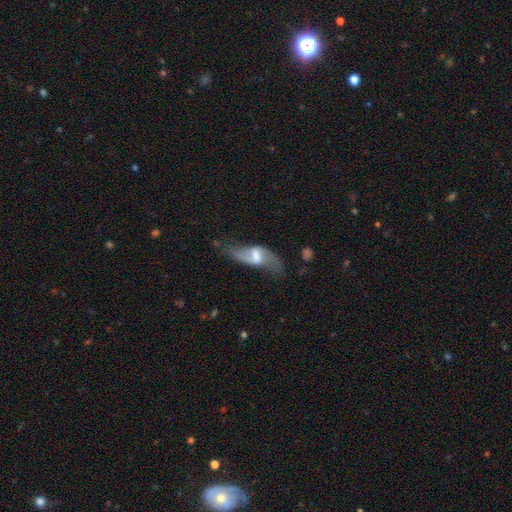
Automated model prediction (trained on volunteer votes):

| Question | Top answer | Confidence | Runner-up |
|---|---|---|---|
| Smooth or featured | featured or disk | 75% | smooth (18%) |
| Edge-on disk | no | 90% | yes (10%) |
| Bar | weak | 50% | strong (33%) |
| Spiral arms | yes | 86% | no (14%) |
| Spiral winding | loose | 81% | medium (15%) |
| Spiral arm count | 2 | 88% | 1 (5%) |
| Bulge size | moderate | 43% | small (28%) |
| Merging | none | 54% | minor disturbance (23%) |